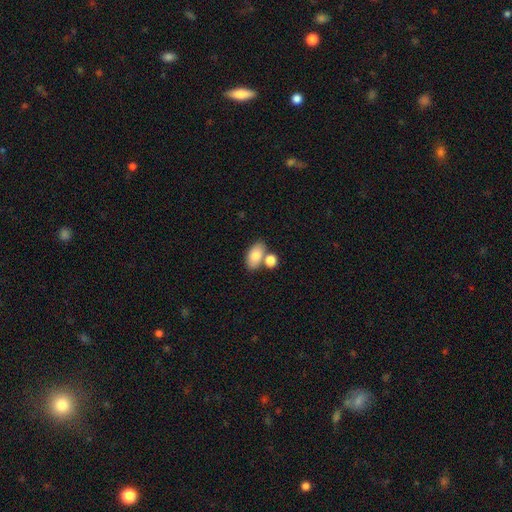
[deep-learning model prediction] This appears to be a smooth galaxy with no disk features (81%) that is in between round and cigar-shaped (90%). Merging: none (54%).